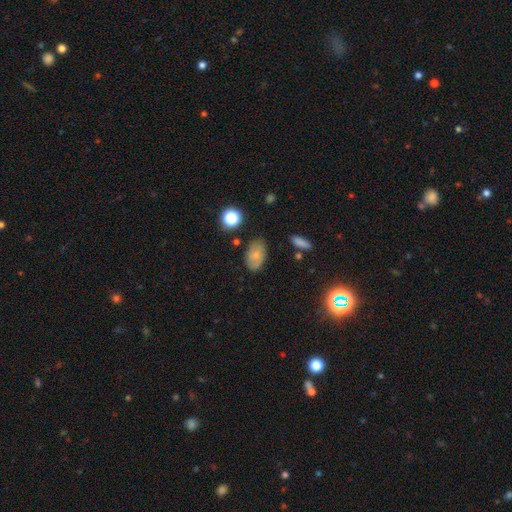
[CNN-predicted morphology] smooth_or_featured: smooth (p=0.69) [alt: featured or disk p=0.21]
how_rounded: in between (p=0.89) [alt: round p=0.09]
merging: none (p=0.76) [alt: minor disturbance p=0.17]